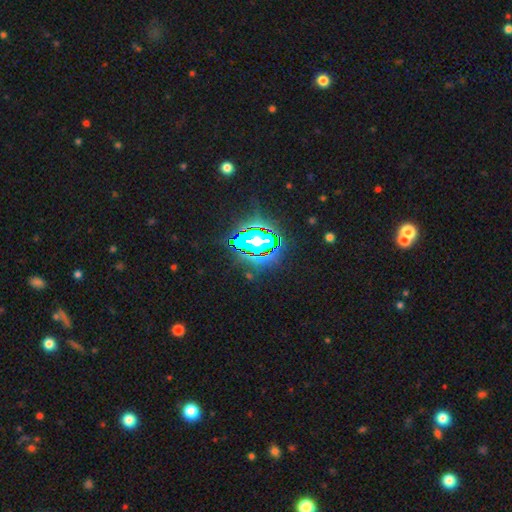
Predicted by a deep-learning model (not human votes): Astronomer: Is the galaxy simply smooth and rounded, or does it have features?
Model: star or artifact — 84%.